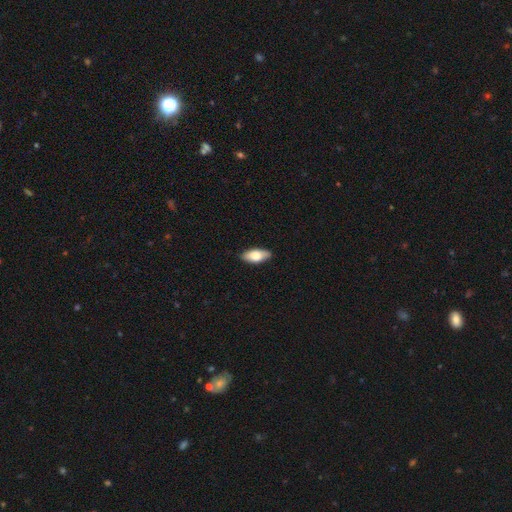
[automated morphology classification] type=smooth (74%); roundness=in between (86%); merging=none (85%).